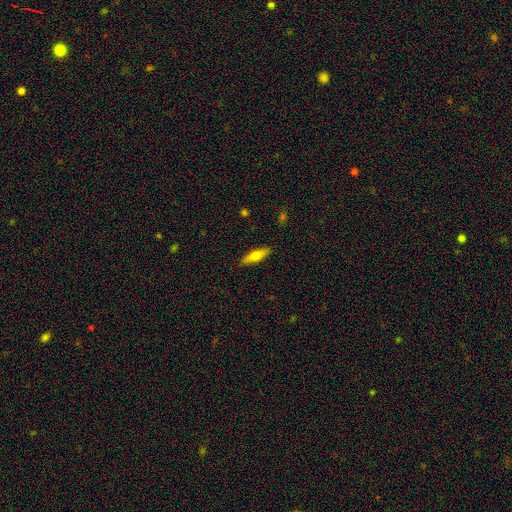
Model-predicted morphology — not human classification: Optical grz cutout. It shows a smooth galaxy with no disk features (58%) that is cigar-shaped (60%). Merging: none (88%).